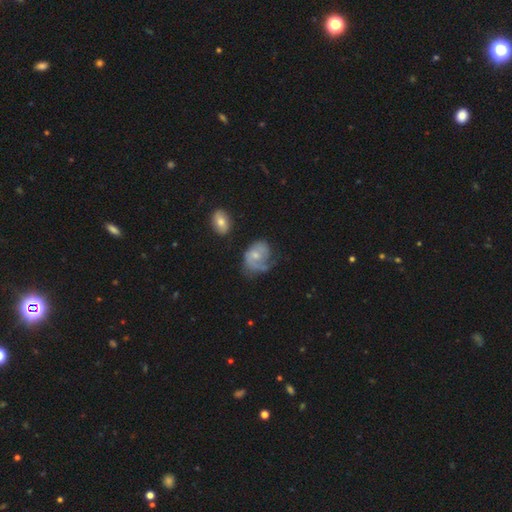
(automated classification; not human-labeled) A featured or disk galaxy (60%) with no bar (72%), spiral arms (79%) and a small central bulge (54%). Merging: none (36%).